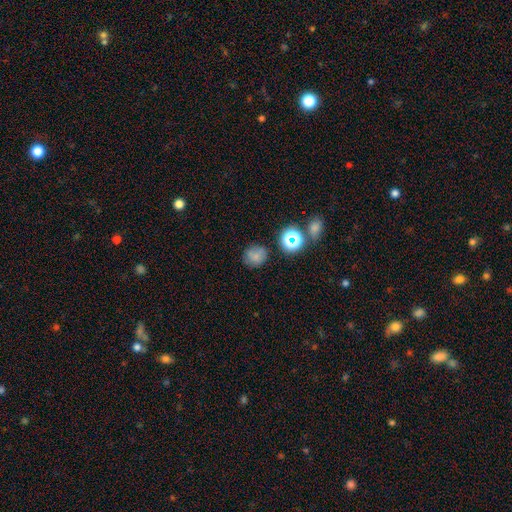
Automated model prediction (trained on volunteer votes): The model was most divided on "smooth or featured": smooth: 66%, star or artifact: 20%, featured or disk: 13%. More confident: how rounded — round (77%); merging — none (71%).